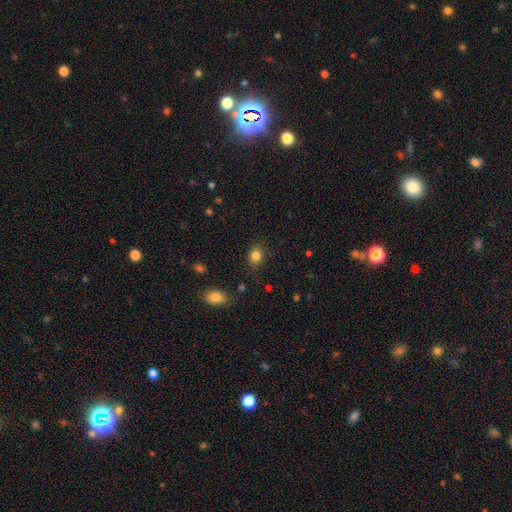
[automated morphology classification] Overall: smooth (84%). How rounded: in between (53%; round 46%). Merging: none (83%).